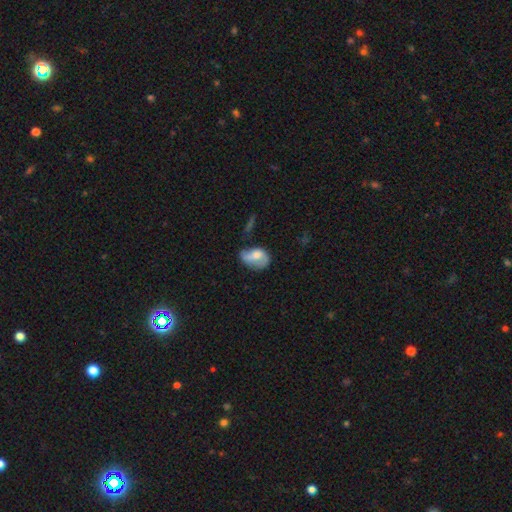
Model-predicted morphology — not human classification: The model was most divided on "smooth or featured": smooth: 47%, featured or disk: 45%, star or artifact: 8%. Remaining: merging — none (43%).